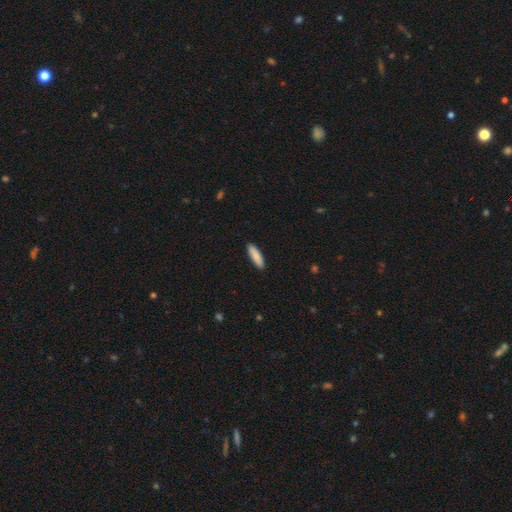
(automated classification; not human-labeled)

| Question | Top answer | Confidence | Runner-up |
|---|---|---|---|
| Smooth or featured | smooth | 88% | featured or disk (6%) |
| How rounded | cigar-shaped | 63% | in between (36%) |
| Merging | none | 91% | minor disturbance (7%) |